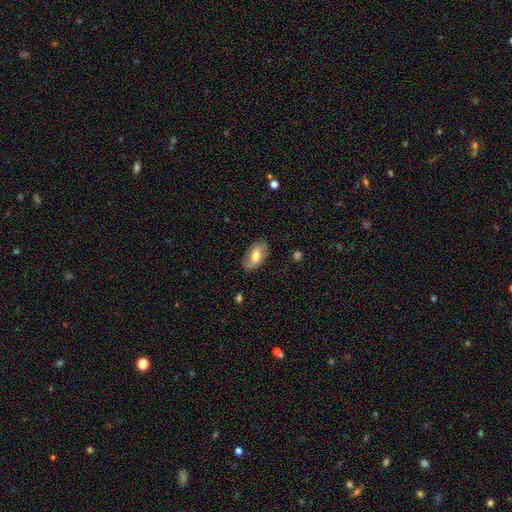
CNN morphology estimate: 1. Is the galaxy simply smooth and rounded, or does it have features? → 58% smooth, 35% featured or disk, 6% star or artifact.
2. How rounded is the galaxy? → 93% in between, 4% round, 3% cigar-shaped.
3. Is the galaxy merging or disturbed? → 83% none, 13% minor disturbance, 3% major disturbance, 1% merger.